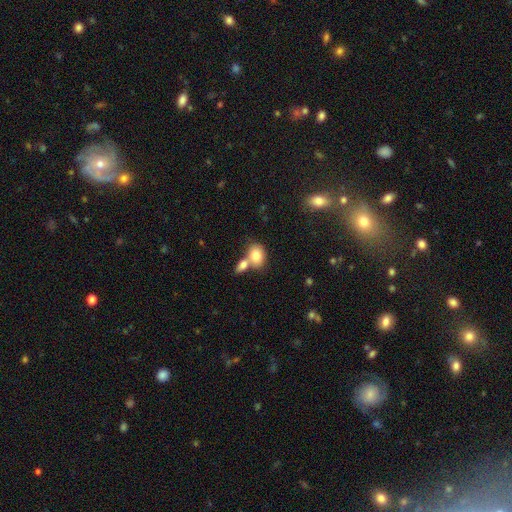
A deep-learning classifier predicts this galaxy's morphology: A smooth galaxy with no disk features (82%) that is in between round and cigar-shaped (74%). Merging: merger (51%).